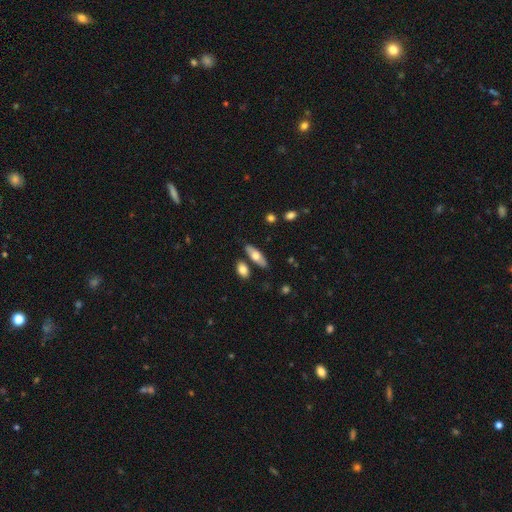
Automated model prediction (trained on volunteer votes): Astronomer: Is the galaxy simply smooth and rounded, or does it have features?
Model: smooth — 62%.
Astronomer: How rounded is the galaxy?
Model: in between — 68%.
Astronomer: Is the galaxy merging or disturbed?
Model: none — 78%.